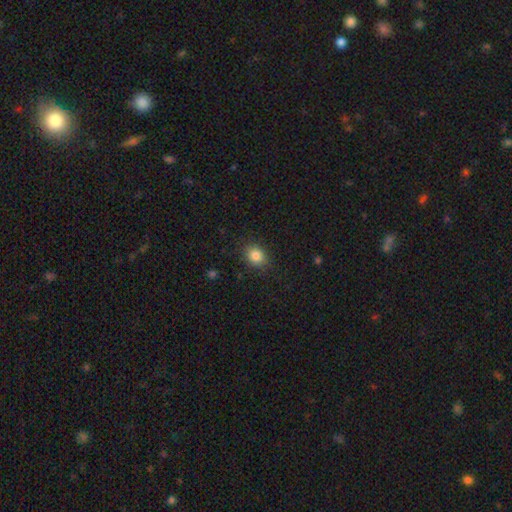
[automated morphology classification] smooth_or_featured: smooth (p=0.84) [alt: star or artifact p=0.10]
how_rounded: round (p=0.52) [alt: in between p=0.47]
merging: none (p=0.87) [alt: minor disturbance p=0.09]